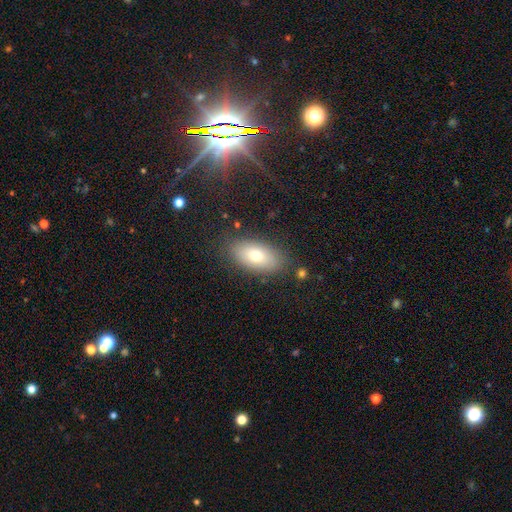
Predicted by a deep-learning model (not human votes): A smooth galaxy with no disk features (71%) that is in between round and cigar-shaped (91%). Merging: none (82%).